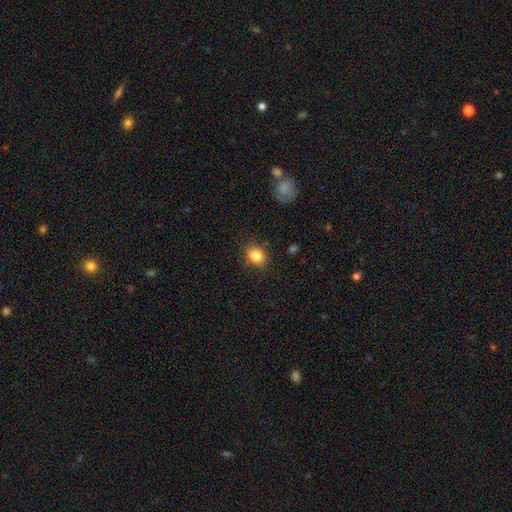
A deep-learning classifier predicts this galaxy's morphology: smooth 84%, star or artifact 10%, featured or disk 6%. Down the decision tree: how rounded — in between (56%); merging — none (77%).